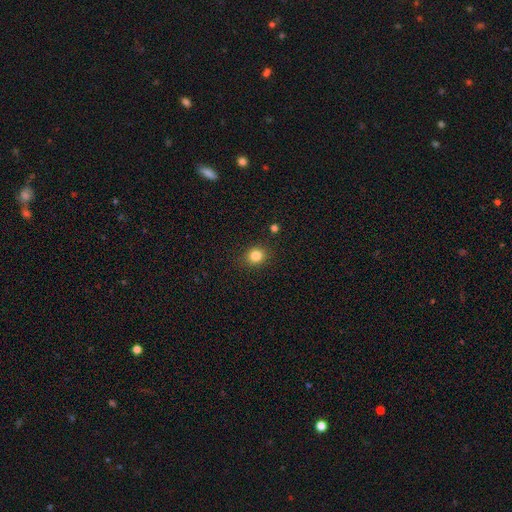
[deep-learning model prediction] Smooth or featured: smooth — 83% (star or artifact — 12%)
How rounded: round — 80% (in between — 19%)
Merging: none — 88% (minor disturbance — 8%)